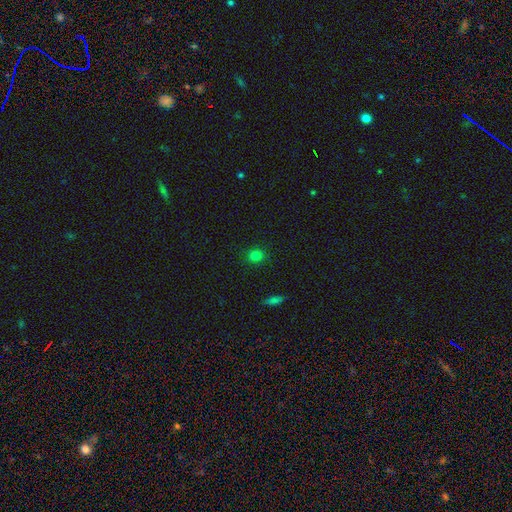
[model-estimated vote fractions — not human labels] Smooth or featured: smooth — 79% (star or artifact — 16%)
How rounded: round — 79% (in between — 20%)
Merging: none — 89% (minor disturbance — 7%)